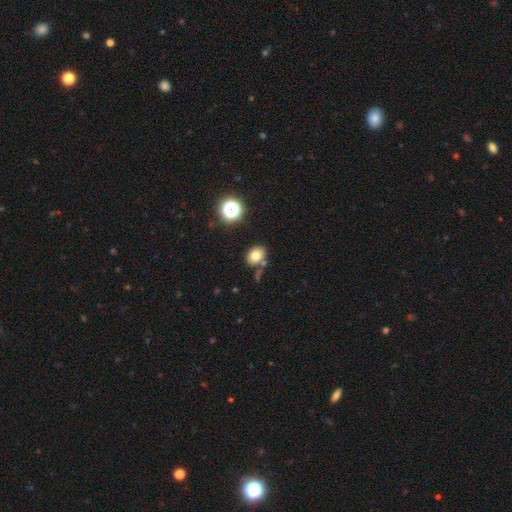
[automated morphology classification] This is likely a smooth galaxy (75%). How rounded: possibly in between (56%). Merging: likely none (74%).